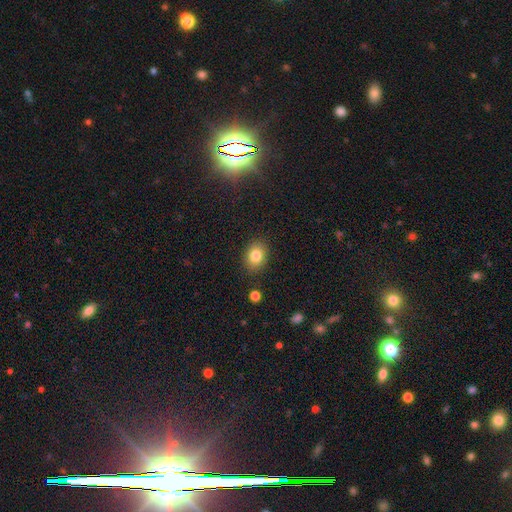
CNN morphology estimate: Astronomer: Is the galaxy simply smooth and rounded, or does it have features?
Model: smooth — 82%.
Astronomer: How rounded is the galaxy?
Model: in between — 61% (runner-up: round, 38%).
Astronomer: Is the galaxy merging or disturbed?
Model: none — 87%.